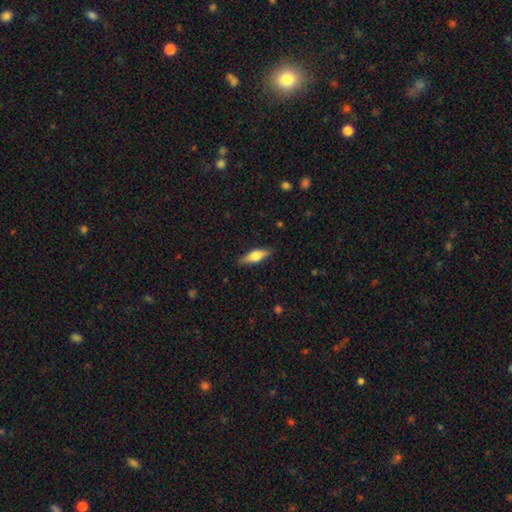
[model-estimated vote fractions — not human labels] Smooth or featured: smooth — 65% (featured or disk — 29%)
How rounded: in between — 55% (cigar-shaped — 42%)
Merging: none — 86% (minor disturbance — 11%)